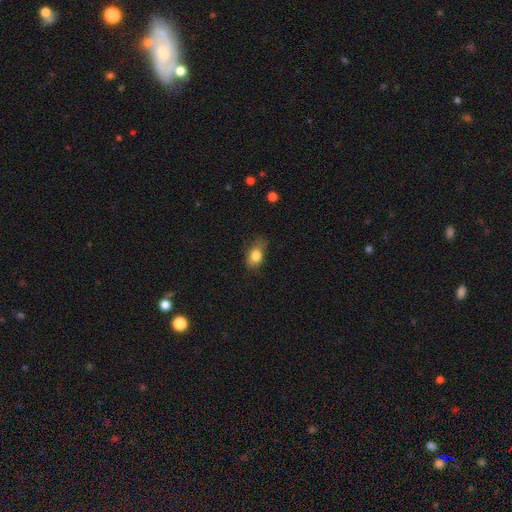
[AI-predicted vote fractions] Smooth or featured: smooth — 81% (featured or disk — 10%)
How rounded: in between — 76% (round — 22%)
Merging: none — 58% (minor disturbance — 30%)